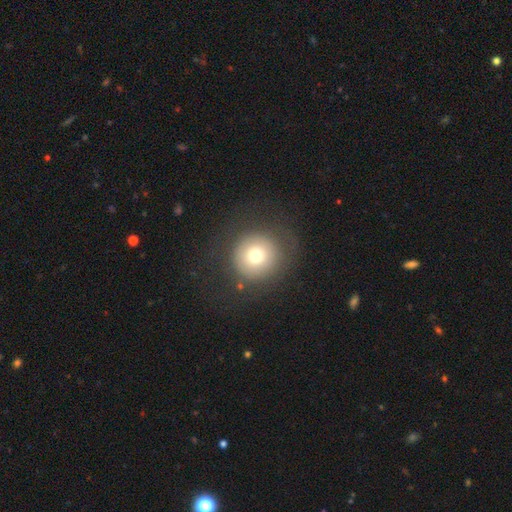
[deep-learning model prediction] This is likely a smooth galaxy (71%). How rounded: clearly round (95%). Merging: likely none (79%).